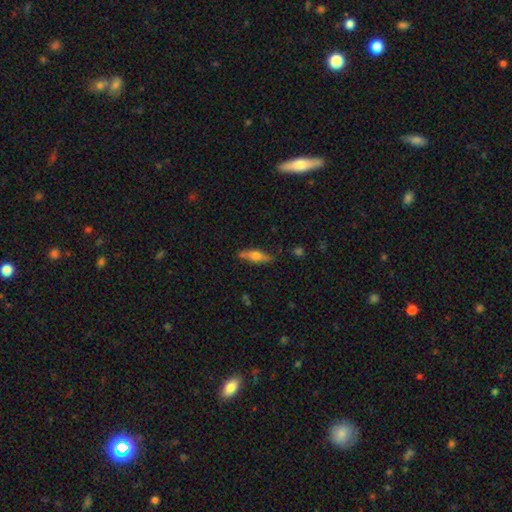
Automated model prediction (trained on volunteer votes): Smooth or featured? smooth (55%)
How rounded? cigar-shaped (53%)
Merging? none (79%)